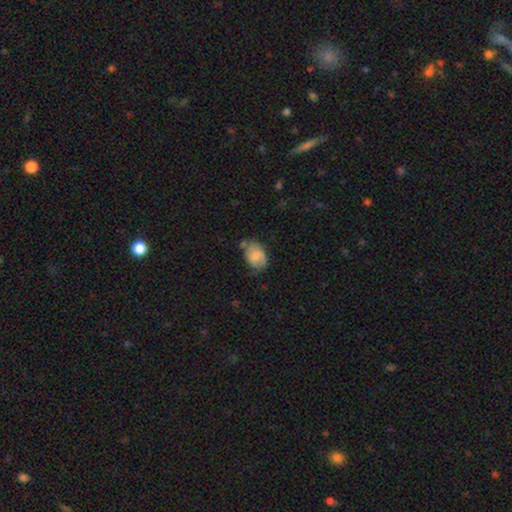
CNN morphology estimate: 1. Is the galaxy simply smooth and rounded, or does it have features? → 66% smooth, 26% featured or disk, 8% star or artifact.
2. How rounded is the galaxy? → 73% in between, 26% round, 1% cigar-shaped.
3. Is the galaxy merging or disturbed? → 53% none, 30% minor disturbance, 10% major disturbance, 8% merger.